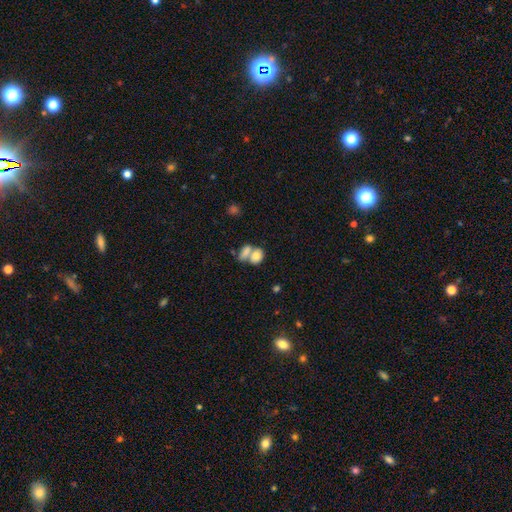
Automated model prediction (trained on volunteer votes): A smooth galaxy with no disk features (78%) that is in between round and cigar-shaped (63%). Merging: merger (56%).